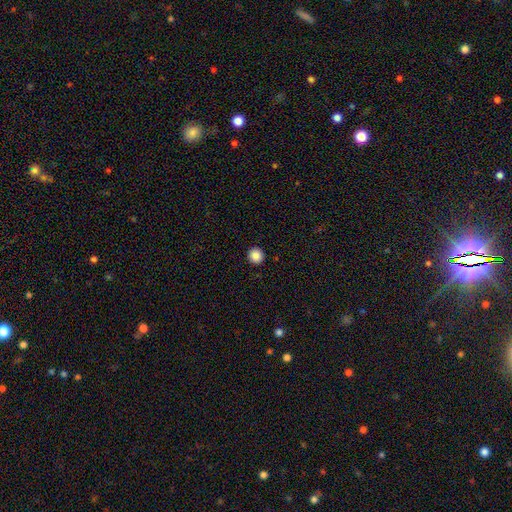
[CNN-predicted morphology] Q: Smooth or featured?
A: smooth (88%); runner-up: star or artifact (10%)
Q: How rounded?
A: round (95%); runner-up: in between (5%)
Q: Merging?
A: none (93%); runner-up: minor disturbance (4%)